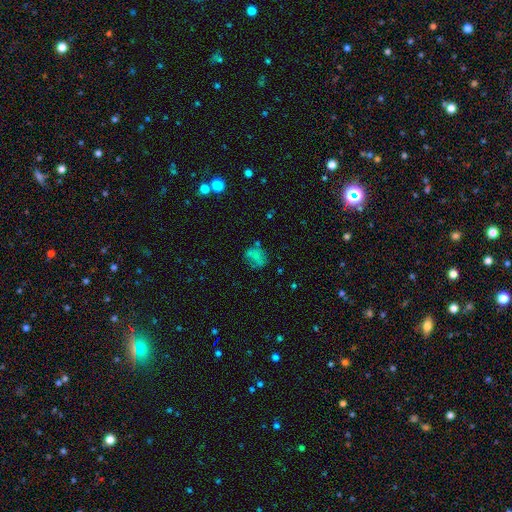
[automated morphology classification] A smooth galaxy with no disk features (61%) that is in between round and cigar-shaped (52%).

Vote fractions:
- Smooth or featured? smooth: 61% / featured or disk: 21% / star or artifact: 18%
- How rounded? in between: 52% / round: 46% / cigar-shaped: 2%
- Merging? none: 52% / minor disturbance: 22% / major disturbance: 16% / merger: 10%